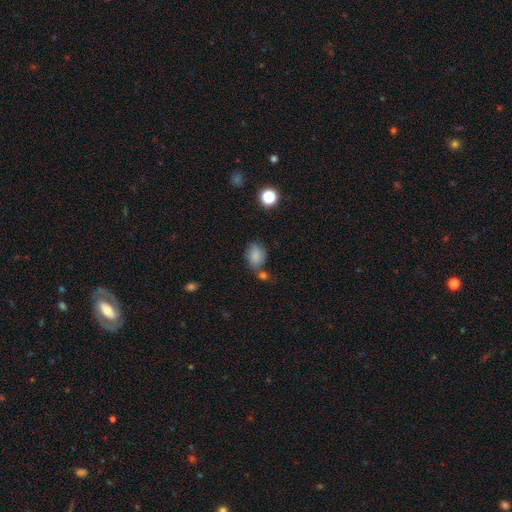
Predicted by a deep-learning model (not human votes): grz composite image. It shows a smooth galaxy with no disk features (81%) that is in between round and cigar-shaped (69%). Merging: none (57%).